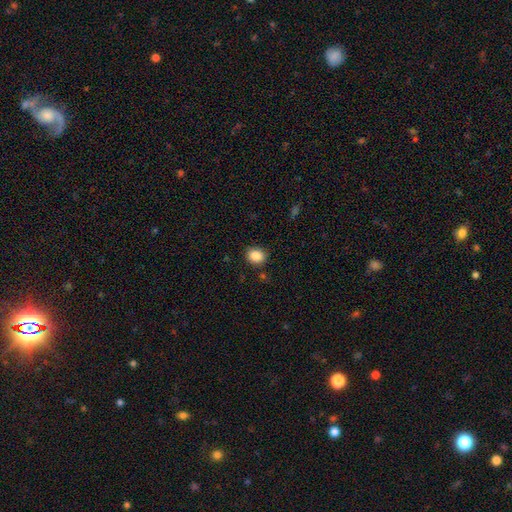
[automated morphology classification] A smooth galaxy with no disk features (87%) that is round (59%).

Vote fractions:
- Smooth or featured? smooth: 87% / star or artifact: 9% / featured or disk: 4%
- How rounded? round: 59% / in between: 40% / cigar-shaped: 1%
- Merging? none: 84% / minor disturbance: 11% / major disturbance: 3% / merger: 2%